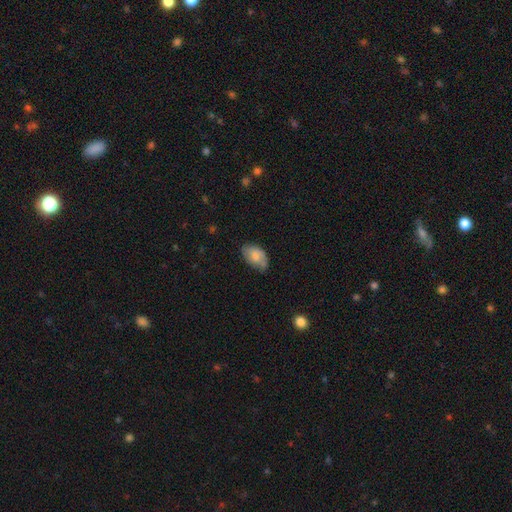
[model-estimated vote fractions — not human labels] The model was most divided on "merging": none: 62%, minor disturbance: 30%, major disturbance: 6%, merger: 2%. More confident: how rounded — in between (91%); smooth or featured — smooth (71%).